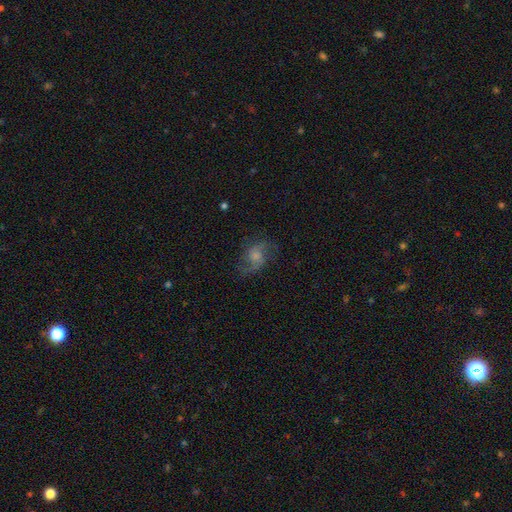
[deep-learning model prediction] A featured or disk galaxy (73%) with no bar (61%), 2 (89%) loose (48%) spiral arms (94%) and a moderate central bulge (39%).

Vote fractions:
- Smooth or featured? featured or disk: 73% / smooth: 15% / star or artifact: 12%
- Edge-on disk? no: 97% / yes: 3%
- Bar? no: 61% / weak: 34% / strong: 5%
- Spiral arms? yes: 94% / no: 6%
- Spiral winding? loose: 48% / medium: 42% / tight: 10%
- Spiral arm count? 2: 89% / can't tell: 5% / 1: 2% / 3: 2% / 4: 1% / more than 4: 1%
- Bulge size? moderate: 39% / small: 36% / none: 13% / large: 10% / dominant: 2%
- Merging? none: 74% / minor disturbance: 16% / major disturbance: 9% / merger: 1%